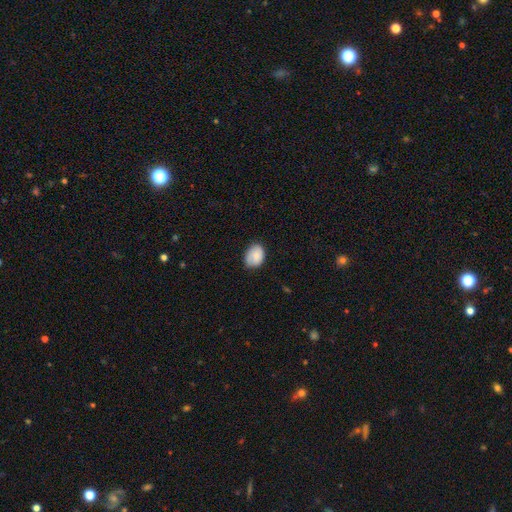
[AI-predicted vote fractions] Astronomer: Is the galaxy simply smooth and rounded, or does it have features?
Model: smooth — 81%.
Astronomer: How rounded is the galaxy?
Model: in between — 74%.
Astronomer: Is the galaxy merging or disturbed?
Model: none — 72%.